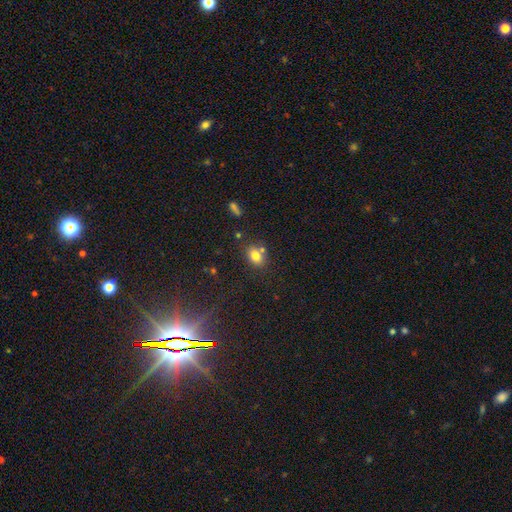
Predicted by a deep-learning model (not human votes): smooth-or-featured: smooth: 78% | star or artifact: 12% | featured or disk: 10%
  how-rounded: in between: 66% | round: 32% | cigar-shaped: 1%
  merging: none: 67% | merger: 15% | minor disturbance: 13% | major disturbance: 4%